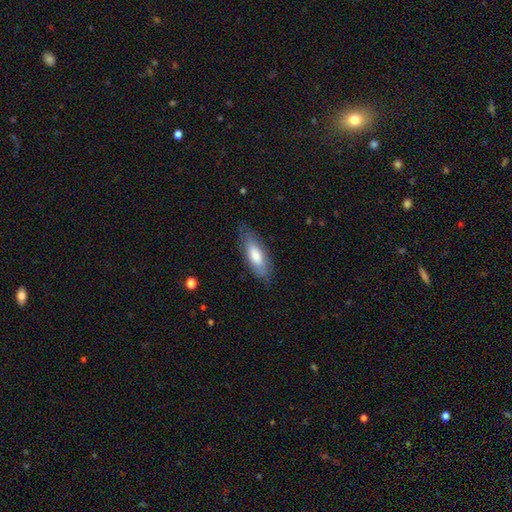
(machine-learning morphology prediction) A smooth galaxy with no disk features (71%) that is in between round and cigar-shaped (63%).

Vote fractions:
- Smooth or featured? smooth: 71% / featured or disk: 23% / star or artifact: 6%
- How rounded? in between: 63% / cigar-shaped: 35% / round: 2%
- Merging? none: 78% / minor disturbance: 16% / major disturbance: 4% / merger: 1%